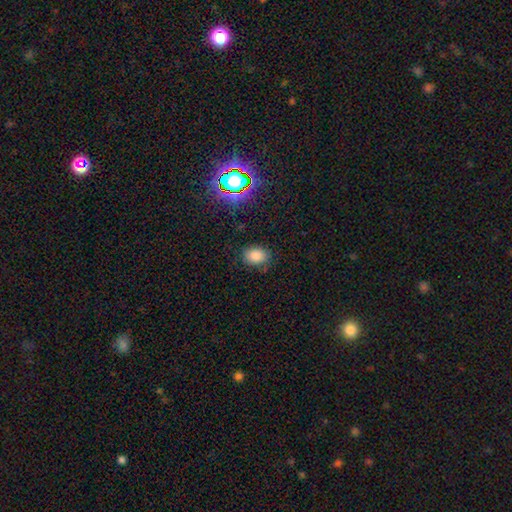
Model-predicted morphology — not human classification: smooth 81%, star or artifact 14%, featured or disk 5%. Down the decision tree: how rounded — in between (73%); merging — none (82%).